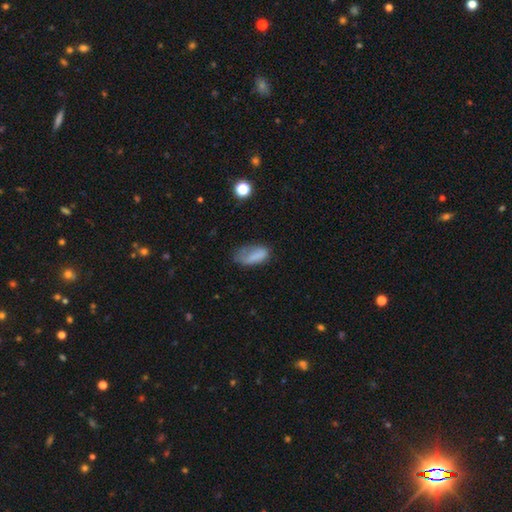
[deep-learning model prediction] Overall: smooth (75%). How rounded: in between (86%). Merging: none (37%; minor disturbance 34%).